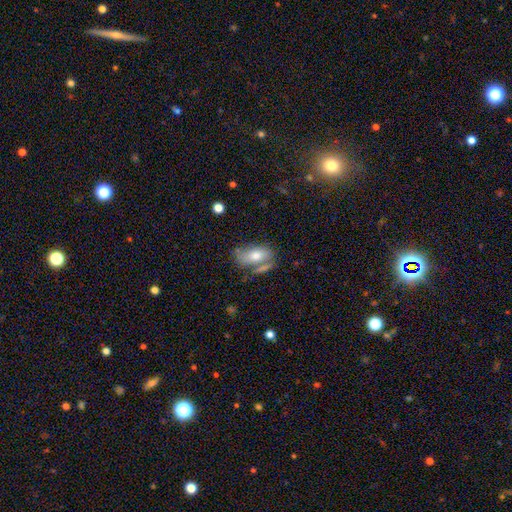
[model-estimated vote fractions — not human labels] A smooth galaxy with no disk features (67%) that is in between round and cigar-shaped (89%).

Vote fractions:
- Smooth or featured? smooth: 67% / featured or disk: 26% / star or artifact: 8%
- How rounded? in between: 89% / cigar-shaped: 6% / round: 5%
- Merging? none: 47% / merger: 21% / minor disturbance: 21% / major disturbance: 10%